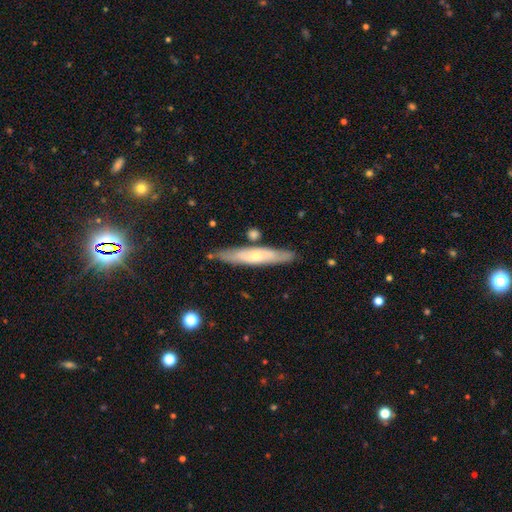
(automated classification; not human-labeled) The model was most divided on "smooth or featured": featured or disk: 52%, smooth: 43%, star or artifact: 6%. More confident: merging — none (80%); edge-on disk — yes (68%).